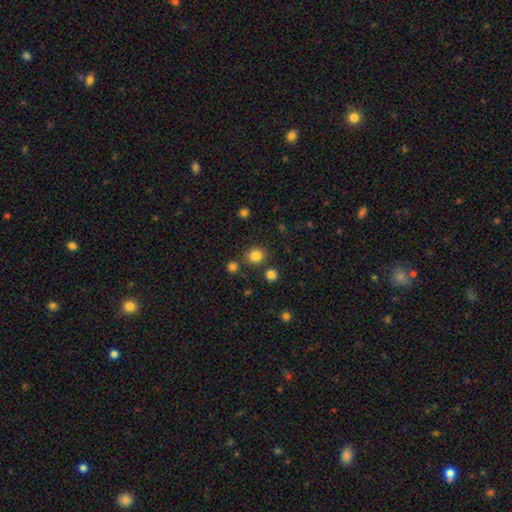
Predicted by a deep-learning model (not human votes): Q: Smooth or featured?
A: smooth (82%); runner-up: star or artifact (13%)
Q: How rounded?
A: round (88%); runner-up: in between (11%)
Q: Merging?
A: none (83%); runner-up: minor disturbance (7%)